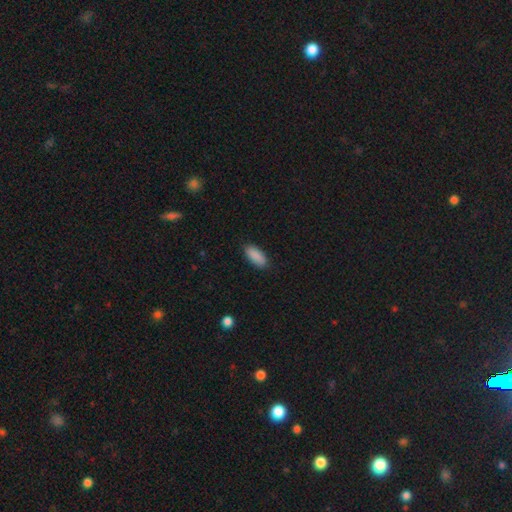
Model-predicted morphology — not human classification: This is clearly a smooth galaxy (90%). How rounded: clearly in between (84%). Merging: clearly none (88%).